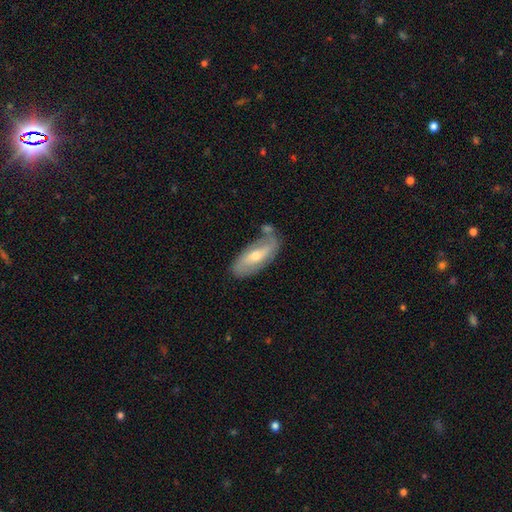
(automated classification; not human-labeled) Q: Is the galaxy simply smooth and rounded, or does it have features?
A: featured or disk — 57%.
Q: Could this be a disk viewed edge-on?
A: no — 81%.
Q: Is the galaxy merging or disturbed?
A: none — 60%.